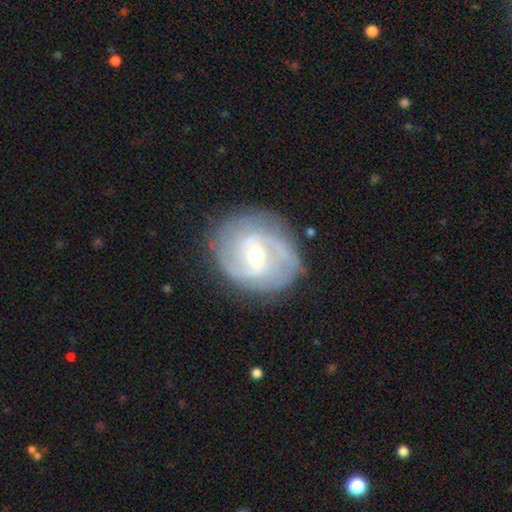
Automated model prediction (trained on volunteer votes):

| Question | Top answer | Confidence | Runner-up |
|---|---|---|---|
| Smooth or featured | featured or disk | 86% | smooth (8%) |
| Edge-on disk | no | 97% | yes (3%) |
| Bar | weak | 51% | no (28%) |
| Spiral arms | yes | 95% | no (5%) |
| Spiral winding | medium | 45% | tight (40%) |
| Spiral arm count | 2 | 66% | can't tell (13%) |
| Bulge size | moderate | 51% | small (46%) |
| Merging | none | 79% | minor disturbance (14%) |